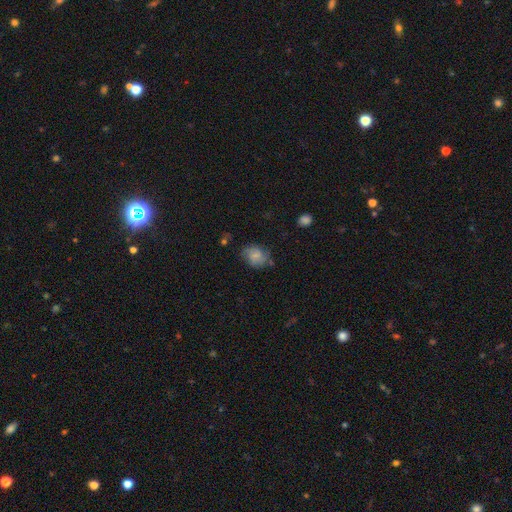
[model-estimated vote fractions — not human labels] Smooth or featured? Predicted: smooth (p=0.67). How rounded? Predicted: in between (p=0.54). Merging? Predicted: none (p=0.63).